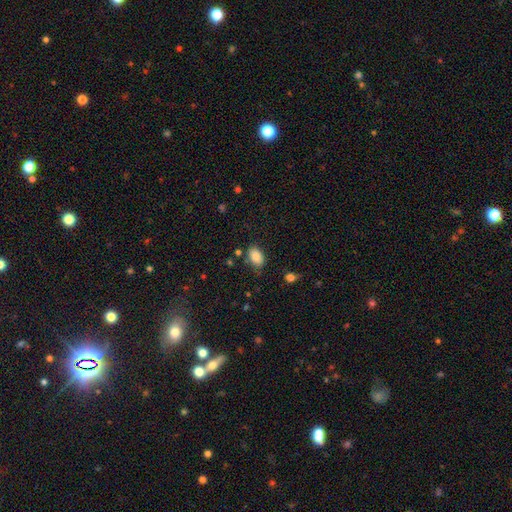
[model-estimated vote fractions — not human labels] Smooth or featured? Predicted: smooth (p=0.86). How rounded? Predicted: in between (p=0.90). Merging? Predicted: none (p=0.77).